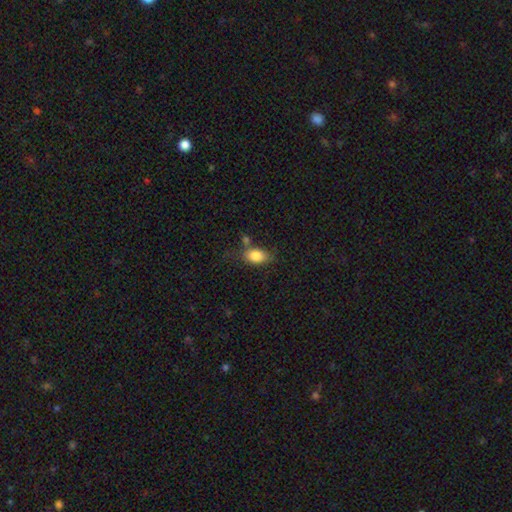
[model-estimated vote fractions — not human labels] Smooth or featured? smooth (83%)
How rounded? in between (84%)
Merging? none (58%)